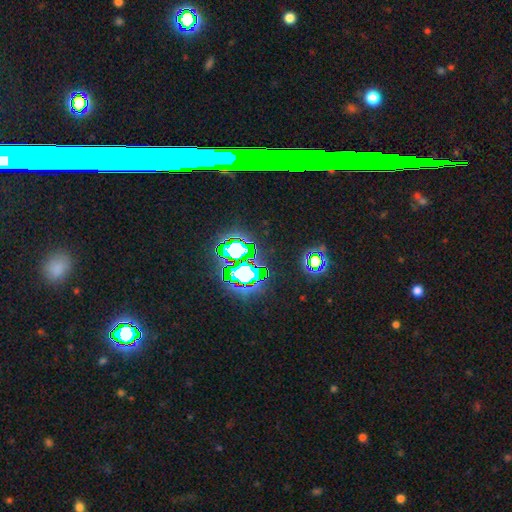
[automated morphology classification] Smooth or featured?
  - star or artifact: 77% *
  - smooth: 12%
  - featured or disk: 11%